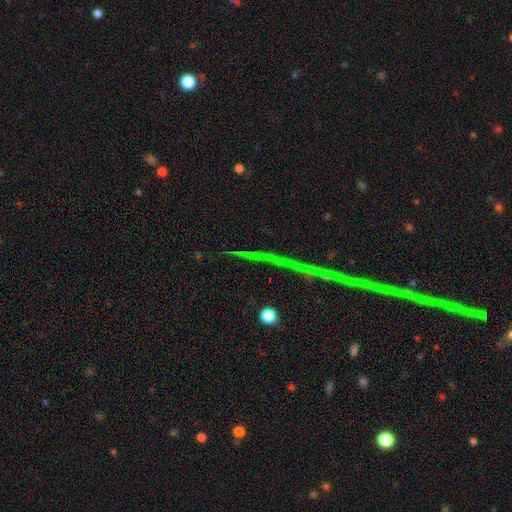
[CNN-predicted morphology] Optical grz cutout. It shows a star or artifact, not a galaxy (83%).